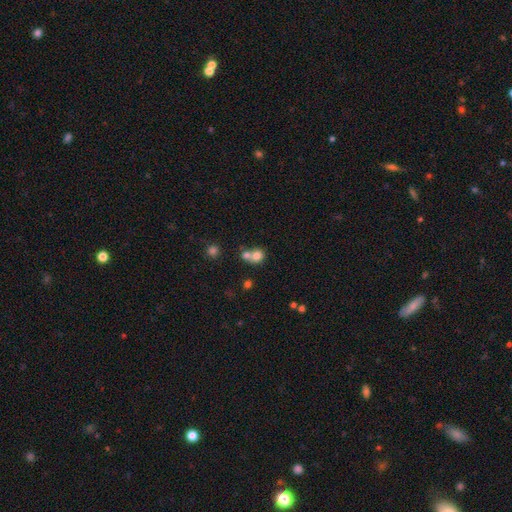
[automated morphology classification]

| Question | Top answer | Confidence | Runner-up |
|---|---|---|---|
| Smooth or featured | smooth | 76% | featured or disk (12%) |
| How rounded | round | 77% | in between (22%) |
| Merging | merger | 56% | none (34%) |